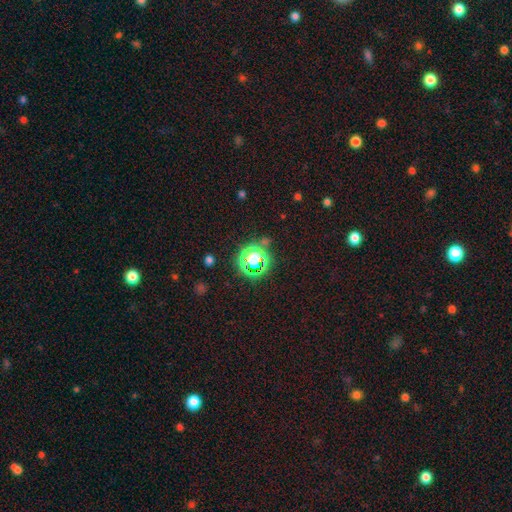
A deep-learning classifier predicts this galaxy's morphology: This is likely a star or artifact rather than a galaxy (69%).